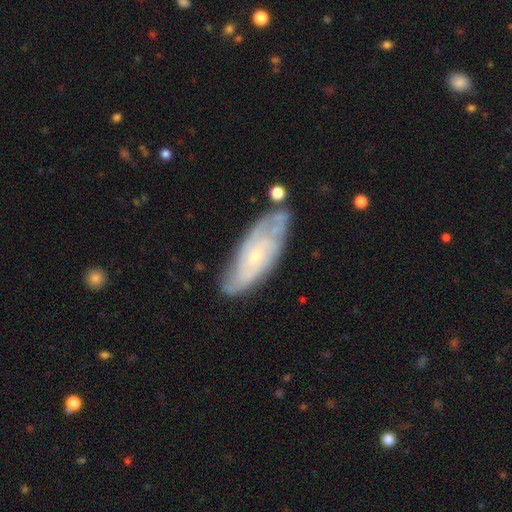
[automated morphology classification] Q: Smooth or featured?
A: featured or disk (72%); runner-up: smooth (22%)
Q: Edge-on disk?
A: no (87%); runner-up: yes (13%)
Q: Bar?
A: no (73%); runner-up: weak (23%)
Q: Spiral arms?
A: yes (88%); runner-up: no (12%)
Q: Spiral winding?
A: tight (59%); runner-up: medium (31%)
Q: Spiral arm count?
A: can't tell (50%); runner-up: 2 (21%)
Q: Bulge size?
A: small (74%); runner-up: moderate (21%)
Q: Merging?
A: none (72%); runner-up: minor disturbance (20%)